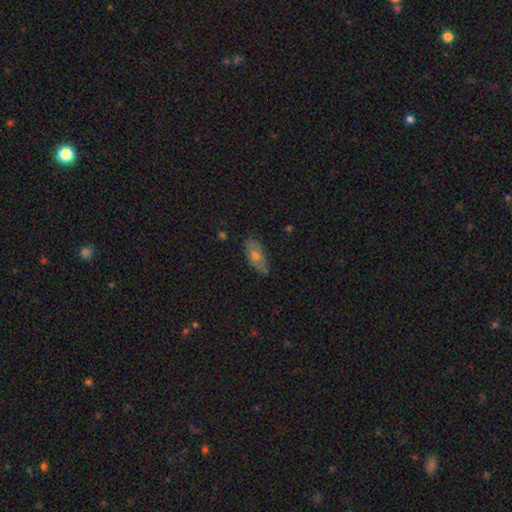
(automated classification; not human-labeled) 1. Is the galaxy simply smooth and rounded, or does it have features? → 52% smooth, 40% featured or disk, 9% star or artifact.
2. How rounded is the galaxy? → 87% in between, 9% cigar-shaped, 4% round.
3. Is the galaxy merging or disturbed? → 75% none, 20% minor disturbance, 4% major disturbance, 2% merger.